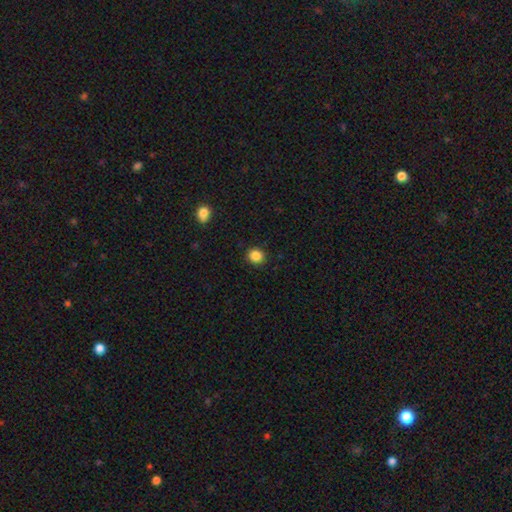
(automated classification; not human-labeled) Smooth or featured: smooth — 86% (star or artifact — 11%)
How rounded: round — 86% (in between — 13%)
Merging: none — 91% (minor disturbance — 6%)